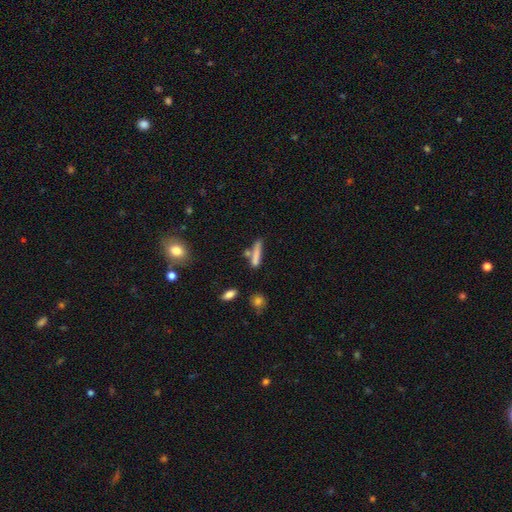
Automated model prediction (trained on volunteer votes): Smooth or featured?
  - smooth: 74% *
  - featured or disk: 17%
  - star or artifact: 9%
How rounded?
  - cigar-shaped: 84% *
  - in between: 13%
  - round: 2%
Merging?
  - none: 58% *
  - minor disturbance: 18%
  - merger: 18%
  - major disturbance: 6%